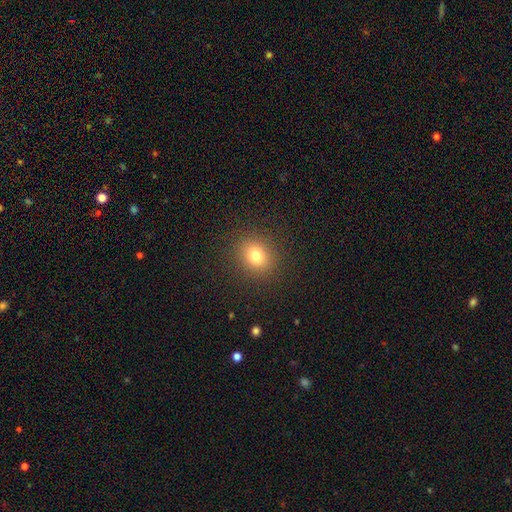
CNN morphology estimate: smooth 78%, star or artifact 14%, featured or disk 8%. Down the decision tree: how rounded — round (70%); merging — none (89%).